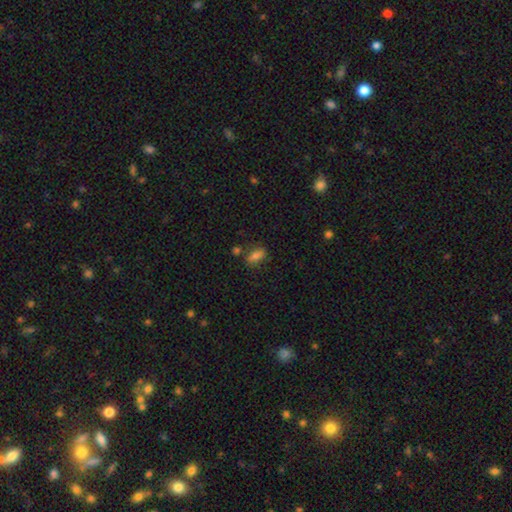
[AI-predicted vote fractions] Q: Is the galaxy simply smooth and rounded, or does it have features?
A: smooth — 79%.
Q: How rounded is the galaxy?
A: in between — 79%.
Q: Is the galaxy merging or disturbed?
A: none — 71%.